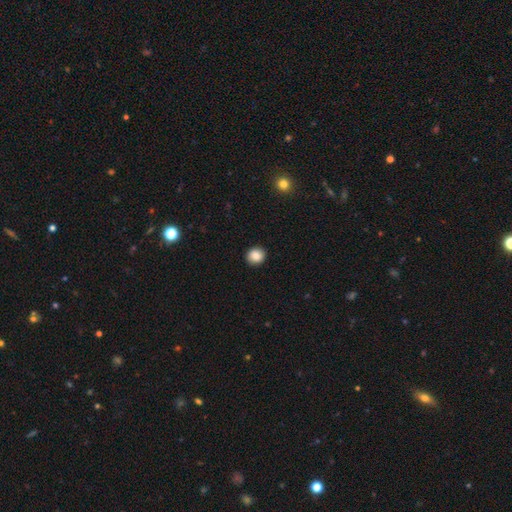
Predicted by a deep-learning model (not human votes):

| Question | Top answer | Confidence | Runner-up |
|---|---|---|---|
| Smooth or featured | smooth | 87% | star or artifact (9%) |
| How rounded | round | 85% | in between (14%) |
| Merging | none | 91% | minor disturbance (6%) |